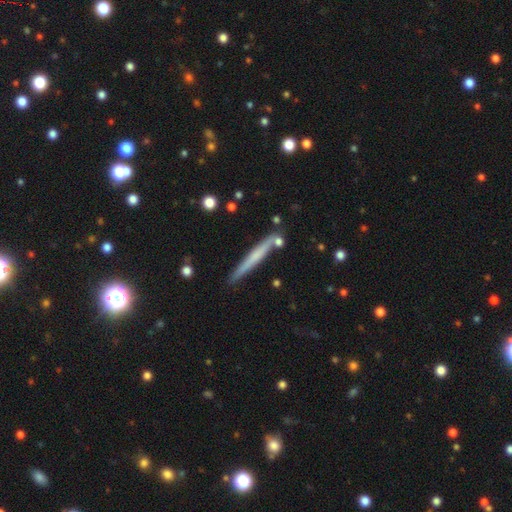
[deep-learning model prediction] Smooth or featured? Predicted: smooth (p=0.51). How rounded? Predicted: cigar-shaped (p=0.96). Merging? Predicted: none (p=0.81).